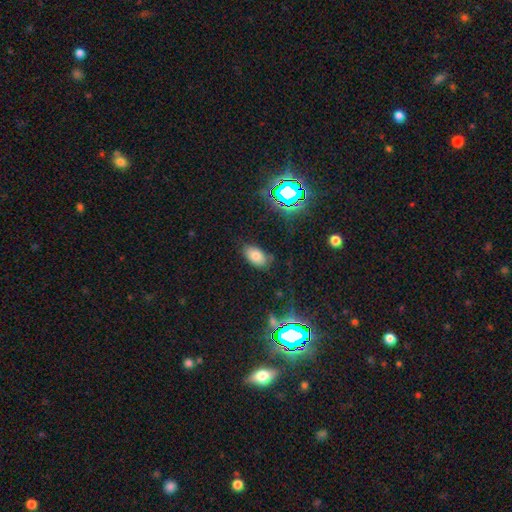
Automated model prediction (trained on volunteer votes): A smooth galaxy with no disk features (74%) that is in between round and cigar-shaped (92%). Merging: none (76%).